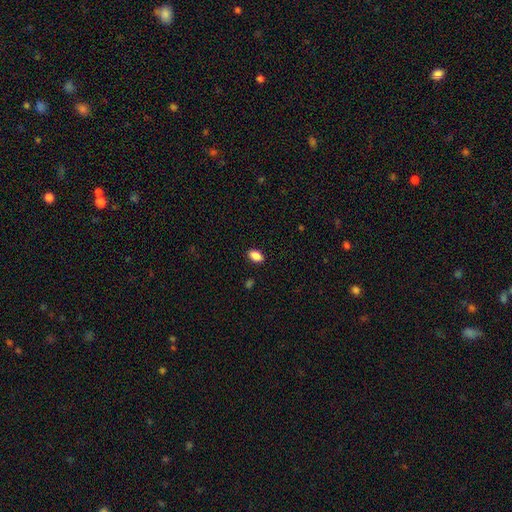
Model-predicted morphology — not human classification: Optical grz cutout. It shows a smooth galaxy with no disk features (88%) that is in between round and cigar-shaped (90%). Merging: none (89%).